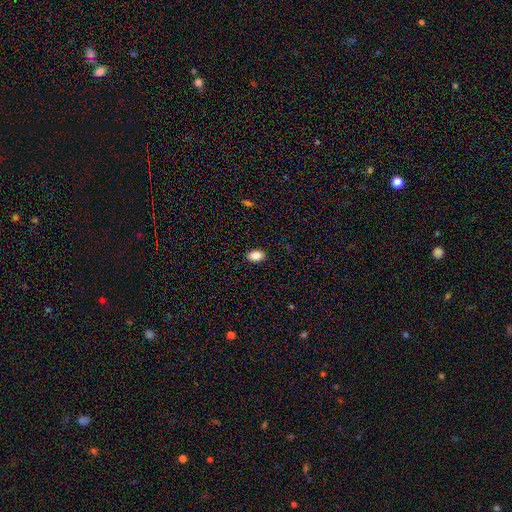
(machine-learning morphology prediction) Smooth or featured? Predicted: smooth (p=0.85). How rounded? Predicted: in between (p=0.89). Merging? Predicted: none (p=0.89).